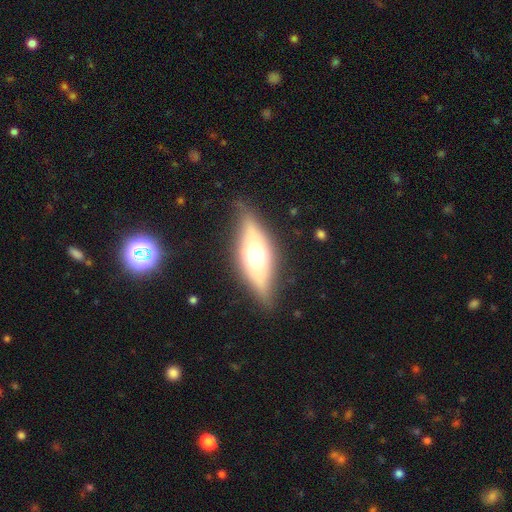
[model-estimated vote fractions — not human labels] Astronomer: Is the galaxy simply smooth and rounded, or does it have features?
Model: featured or disk — 55% (runner-up: smooth, 36%).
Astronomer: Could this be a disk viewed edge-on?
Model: yes — 82%.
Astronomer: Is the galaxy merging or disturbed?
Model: none — 82%.